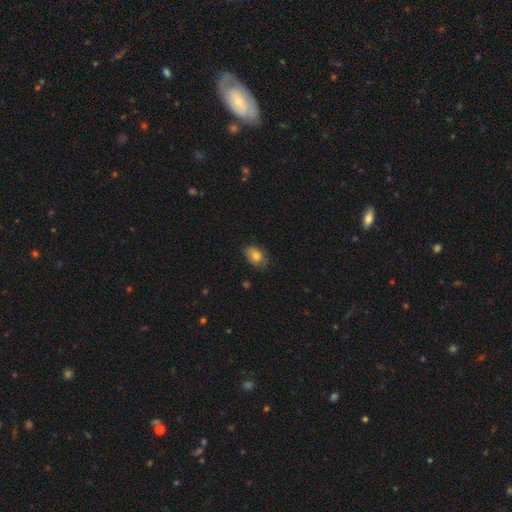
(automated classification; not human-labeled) This appears to be a smooth galaxy with no disk features (79%) that is in between round and cigar-shaped (86%). Merging: none (73%).